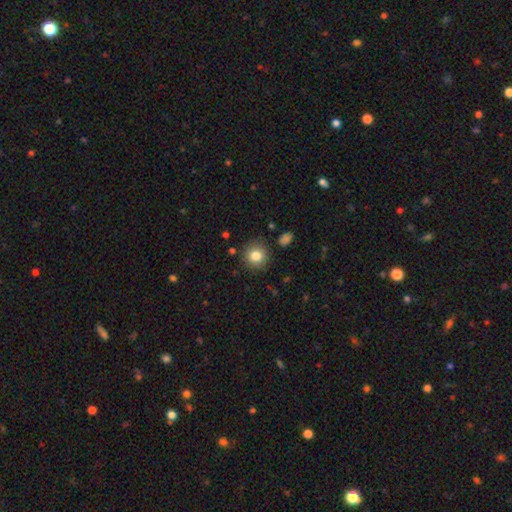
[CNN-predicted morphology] smooth 82%, star or artifact 10%, featured or disk 8%. Down the decision tree: how rounded — round (89%); merging — none (87%).